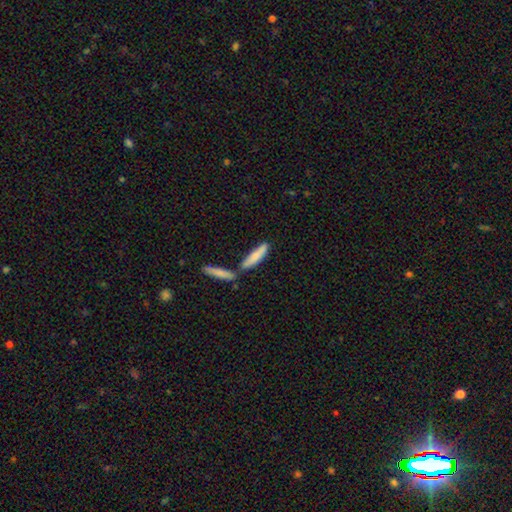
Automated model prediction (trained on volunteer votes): smooth 79%, featured or disk 15%, star or artifact 6%. Down the decision tree: how rounded — cigar-shaped (75%); merging — none (56%).